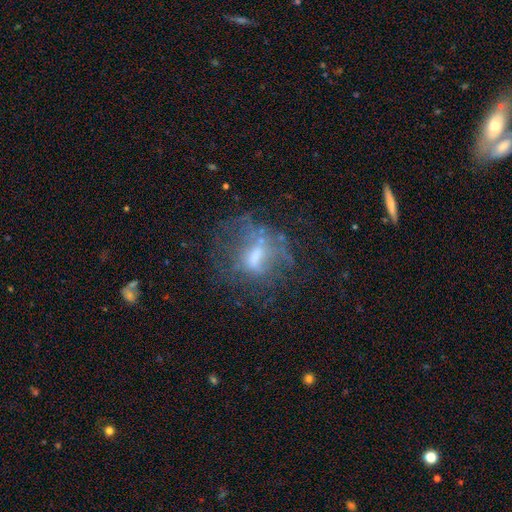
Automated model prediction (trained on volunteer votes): Morphology: type=featured or disk (55%); edge-on=no (94%); bar=no (45%); spiral arms=no (71%); bulge=moderate (45%); merging=none (48%).